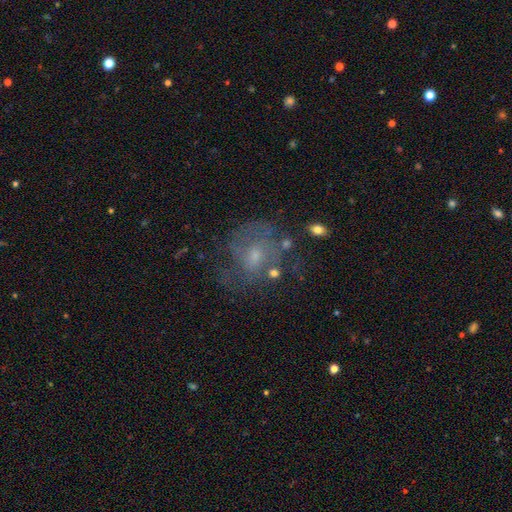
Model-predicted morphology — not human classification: The model was most divided on "spiral arms": yes: 59%, no: 41%. More confident: edge-on disk — no (97%); bar — no (68%); bulge size — small (59%); smooth or featured — featured or disk (55%); merging — none (53%).